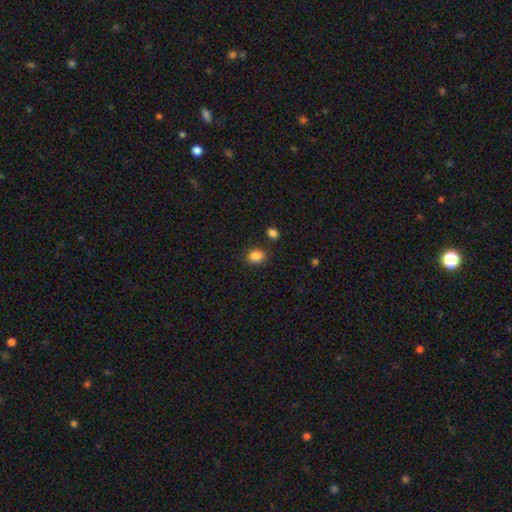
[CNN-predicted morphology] smooth_or_featured: smooth (p=0.86) [alt: star or artifact p=0.10]
how_rounded: round (p=0.67) [alt: in between p=0.32]
merging: none (p=0.82) [alt: minor disturbance p=0.11]